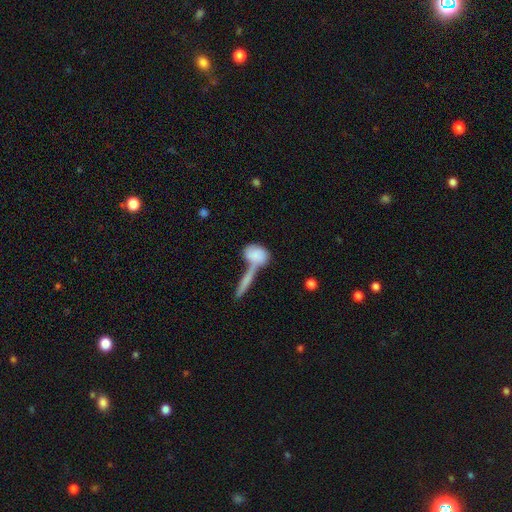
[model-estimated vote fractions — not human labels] The model was most divided on "merging": merger: 50%, none: 29%, minor disturbance: 11%, major disturbance: 10%. More confident: smooth or featured — smooth (73%); how rounded — in between (69%).